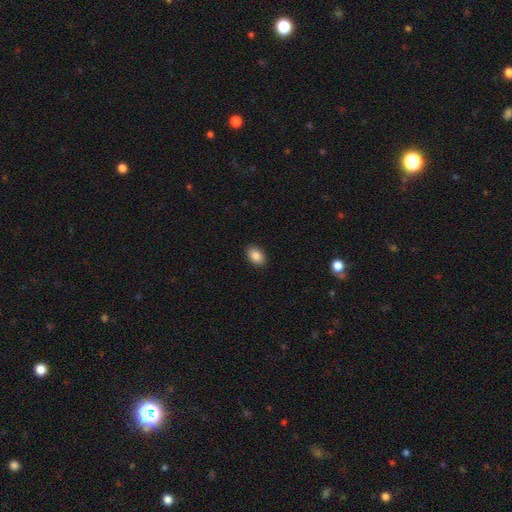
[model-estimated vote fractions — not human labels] A smooth galaxy with no disk features (88%) that is in between round and cigar-shaped (85%). Merging: none (90%).